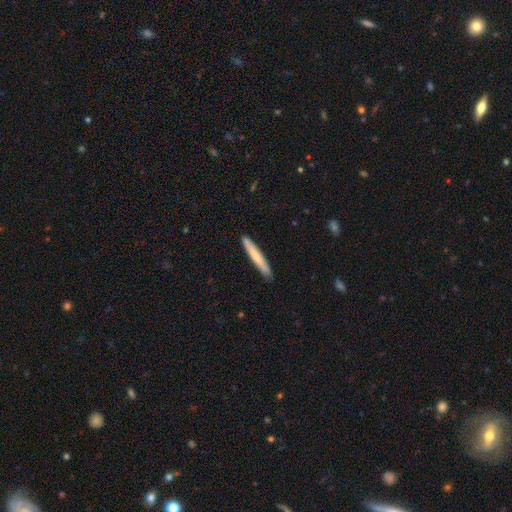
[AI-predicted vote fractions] Q: Smooth or featured?
A: smooth (71%); runner-up: featured or disk (24%)
Q: How rounded?
A: cigar-shaped (95%); runner-up: in between (3%)
Q: Merging?
A: none (89%); runner-up: minor disturbance (8%)